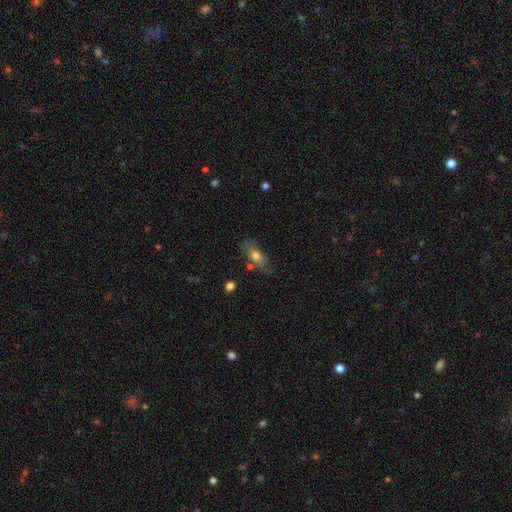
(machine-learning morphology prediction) A smooth galaxy with no disk features (65%) that is in between round and cigar-shaped (81%).

Vote fractions:
- Smooth or featured? smooth: 65% / featured or disk: 27% / star or artifact: 7%
- How rounded? in between: 81% / cigar-shaped: 13% / round: 6%
- Merging? none: 62% / minor disturbance: 23% / major disturbance: 8% / merger: 7%